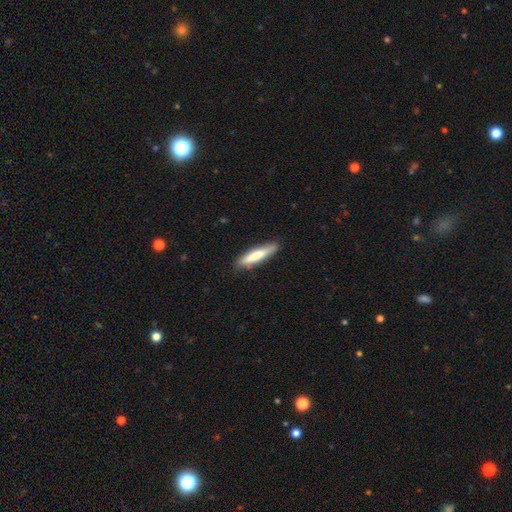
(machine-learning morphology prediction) smooth-or-featured: smooth: 73% | featured or disk: 22% | star or artifact: 5%
  how-rounded: cigar-shaped: 85% | in between: 14% | round: 1%
  merging: none: 84% | minor disturbance: 12% | major disturbance: 2% | merger: 1%